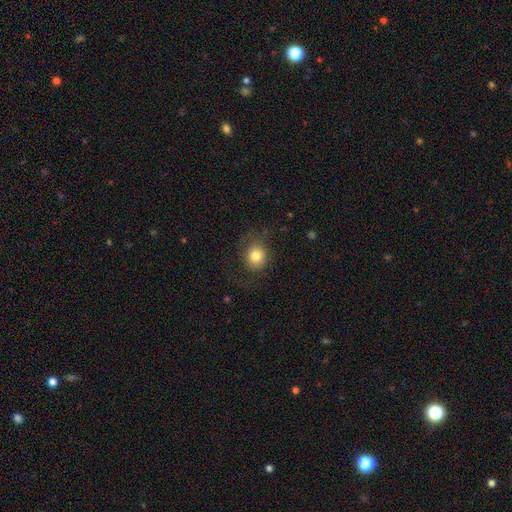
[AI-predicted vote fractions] The model was most divided on "merging": none: 67%, minor disturbance: 18%, major disturbance: 14%, merger: 1%. More confident: smooth or featured — smooth (78%); how rounded — round (75%).